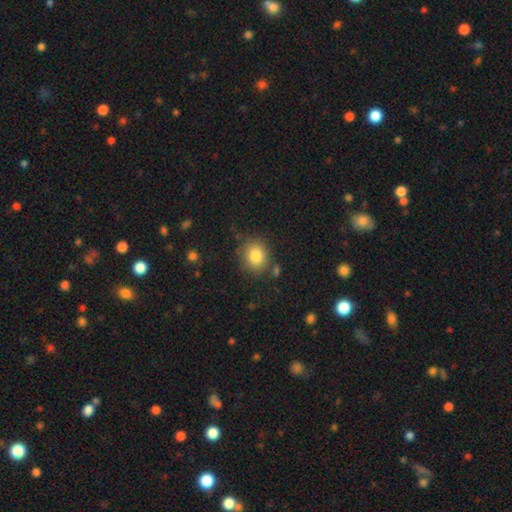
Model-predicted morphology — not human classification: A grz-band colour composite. It shows a smooth galaxy with no disk features (83%) that is round (69%). Merging: none (78%).